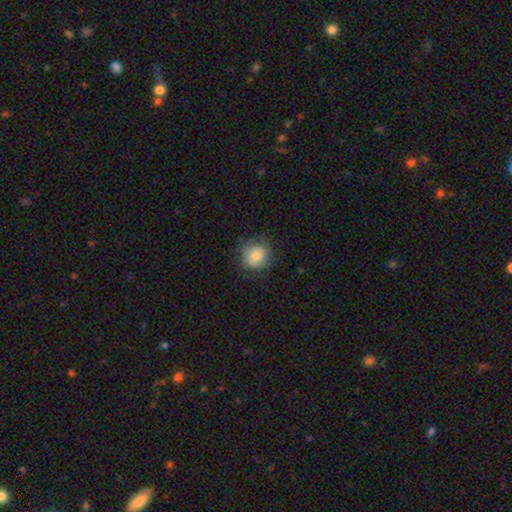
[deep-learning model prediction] This appears to be a smooth galaxy with no disk features (72%) that is round (84%). Merging: none (71%).